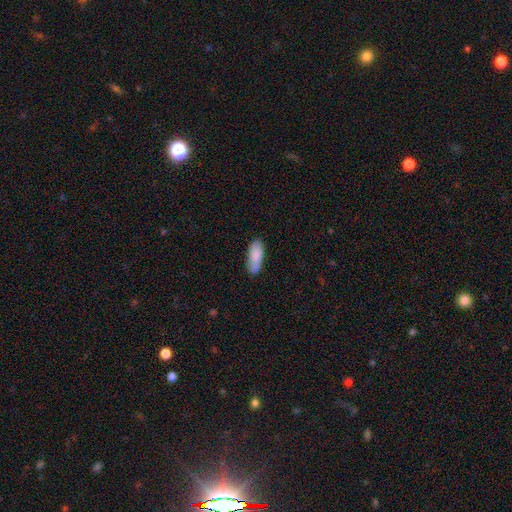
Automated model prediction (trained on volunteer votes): Overall: smooth (86%). How rounded: in between (79%). Merging: none (77%).